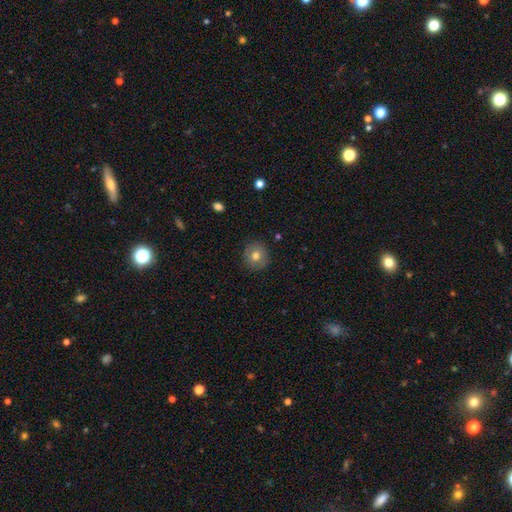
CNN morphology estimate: smooth_or_featured: smooth (p=0.73) [alt: featured or disk p=0.19]
how_rounded: round (p=0.91) [alt: in between p=0.08]
merging: none (p=0.89) [alt: minor disturbance p=0.08]